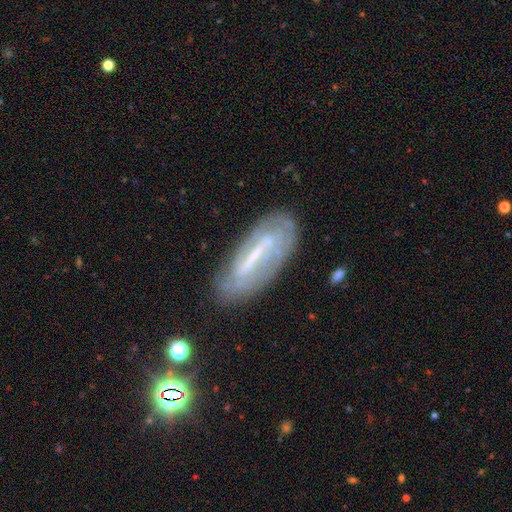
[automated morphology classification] Smooth or featured: featured or disk — 67% (smooth — 23%)
Edge-on disk: no — 79% (yes — 21%)
Bar: strong — 64% (weak — 25%)
Spiral arms: yes — 60% (no — 40%)
Bulge size: small — 44% (none — 27%)
Merging: none — 72% (minor disturbance — 19%)